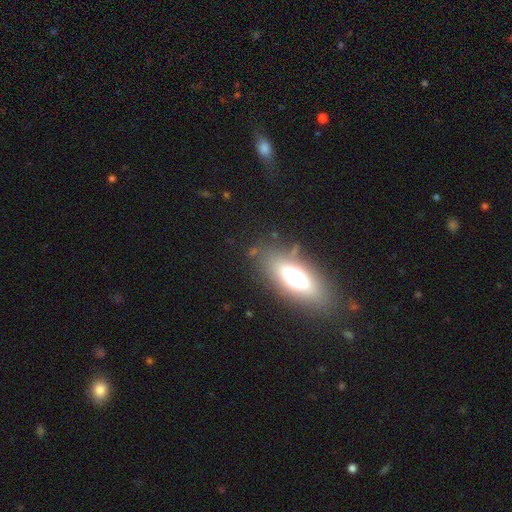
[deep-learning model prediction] A smooth galaxy with no disk features (52%) that is in between round and cigar-shaped (73%). Merging: none (83%).